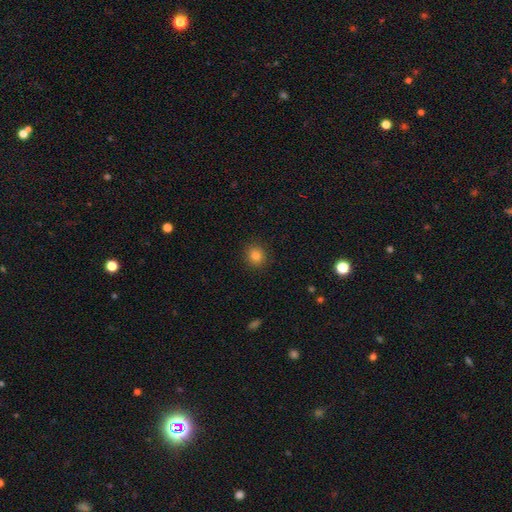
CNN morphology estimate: This appears to be a smooth galaxy with no disk features (83%) that is round (87%). Merging: none (90%).